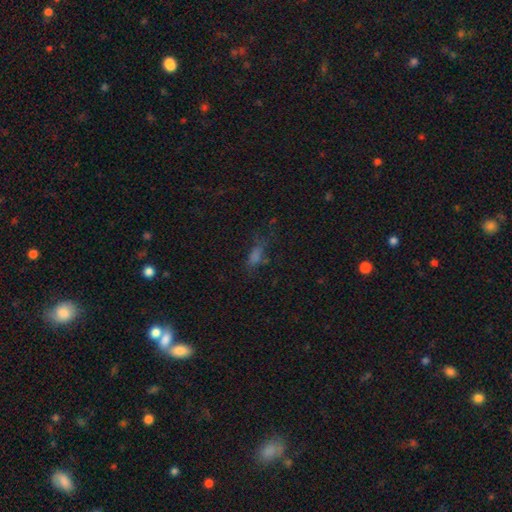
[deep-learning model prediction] Smooth or featured? smooth (55%)
How rounded? in between (54%)
Merging? none (54%)